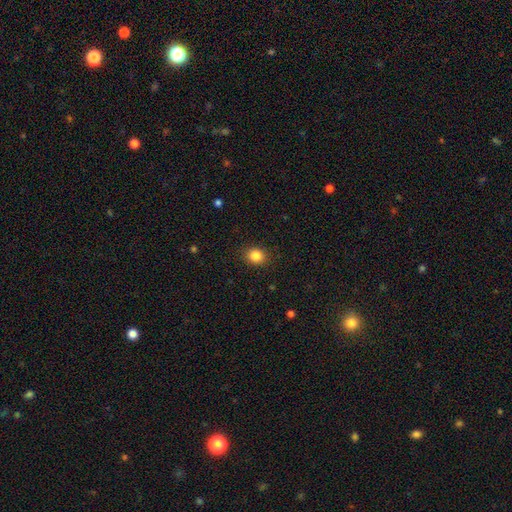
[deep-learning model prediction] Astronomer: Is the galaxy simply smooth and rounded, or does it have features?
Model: smooth — 85%.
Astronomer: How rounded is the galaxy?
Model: round — 72%.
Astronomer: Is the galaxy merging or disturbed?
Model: none — 90%.